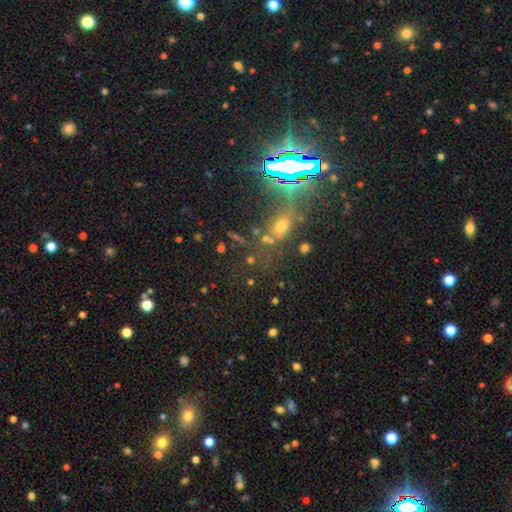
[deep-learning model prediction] Overall: star or artifact (76%).